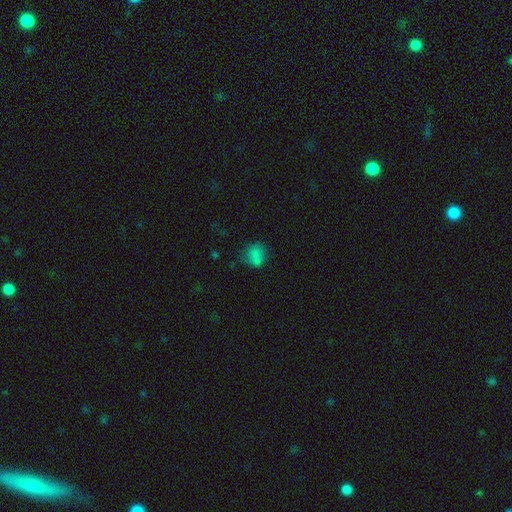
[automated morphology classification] Smooth or featured?
  - smooth: 76% *
  - star or artifact: 16%
  - featured or disk: 8%
How rounded?
  - round: 55% *
  - in between: 43%
  - cigar-shaped: 1%
Merging?
  - none: 57% *
  - minor disturbance: 27%
  - major disturbance: 12%
  - merger: 5%